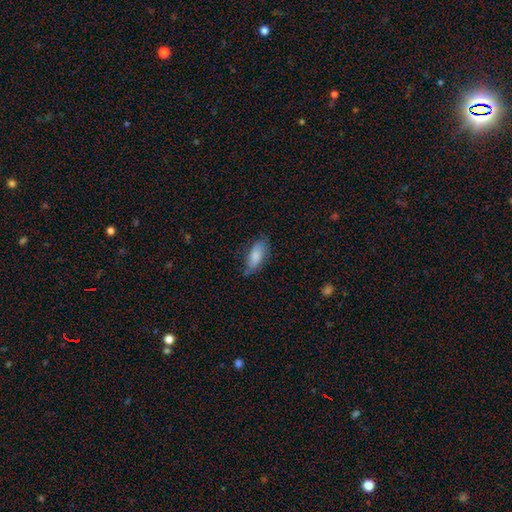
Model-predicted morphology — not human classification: Q: Smooth or featured?
A: smooth (75%); runner-up: featured or disk (18%)
Q: How rounded?
A: in between (84%); runner-up: cigar-shaped (14%)
Q: Merging?
A: none (62%); runner-up: minor disturbance (29%)